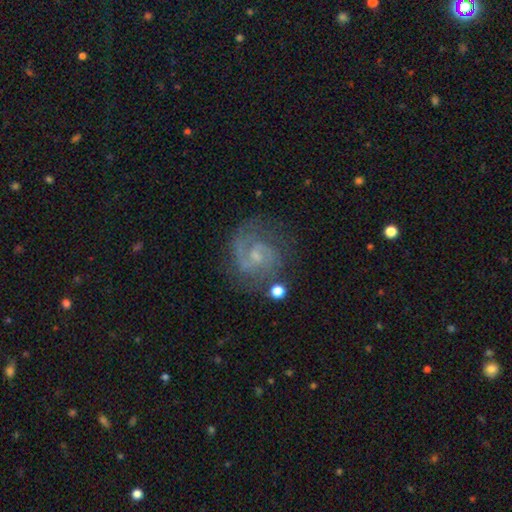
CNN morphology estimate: type=featured or disk (85%); edge-on=no (98%); bar=no (48%); spiral arms=yes (96%); winding=medium (49%); arm count=2 (75%); bulge=small (66%); merging=none (71%).